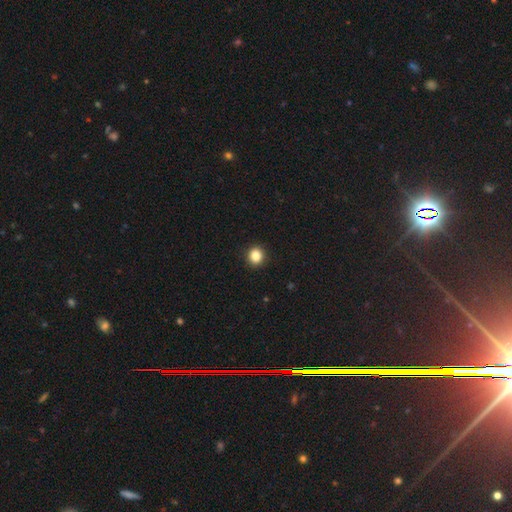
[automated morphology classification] Smooth or featured? Predicted: smooth (p=0.87). How rounded? Predicted: round (p=0.85). Merging? Predicted: none (p=0.92).